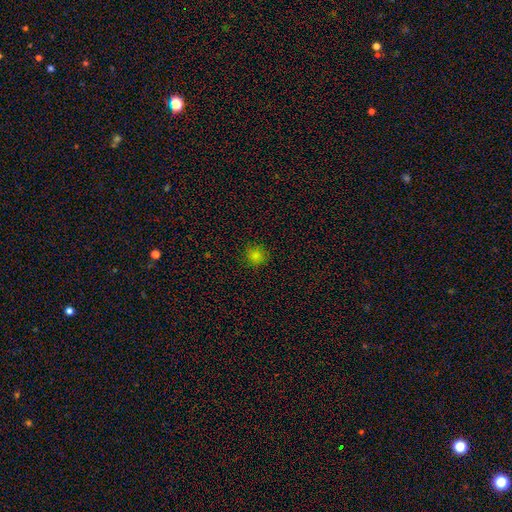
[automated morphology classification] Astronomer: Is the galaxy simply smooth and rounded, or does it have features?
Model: smooth — 80%.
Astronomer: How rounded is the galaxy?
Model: round — 91%.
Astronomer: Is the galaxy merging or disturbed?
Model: none — 89%.